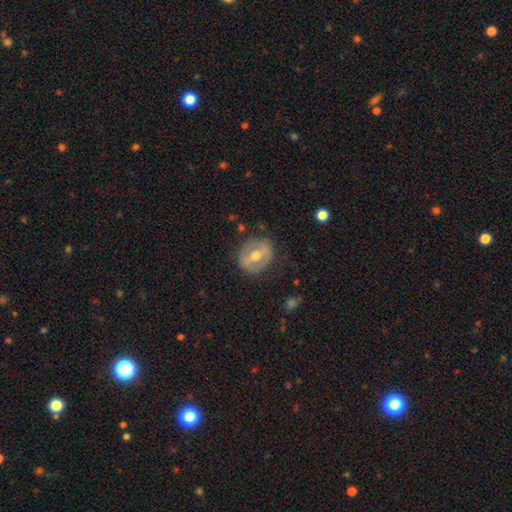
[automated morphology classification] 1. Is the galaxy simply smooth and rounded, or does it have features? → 60% featured or disk, 33% smooth, 7% star or artifact.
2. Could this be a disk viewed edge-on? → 92% no, 8% yes.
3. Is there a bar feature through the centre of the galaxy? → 46% strong, 34% weak, 20% no.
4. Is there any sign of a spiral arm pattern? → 74% no, 26% yes.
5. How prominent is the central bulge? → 75% moderate, 16% small, 6% large, 1% none, 1% dominant.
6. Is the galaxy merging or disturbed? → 79% none, 14% minor disturbance, 5% major disturbance, 1% merger.